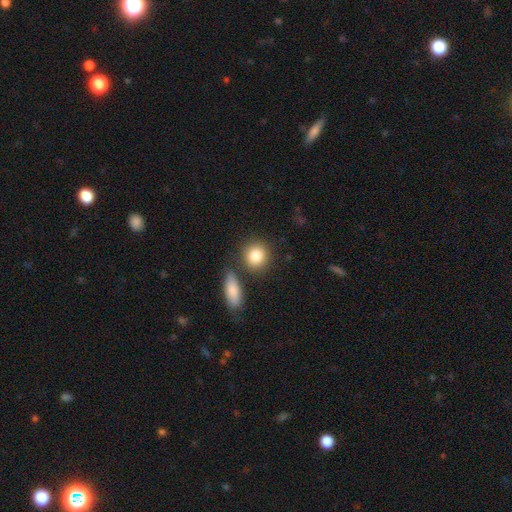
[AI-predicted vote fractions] smooth 85%, star or artifact 8%, featured or disk 7%. Down the decision tree: how rounded — round (78%); merging — none (74%).